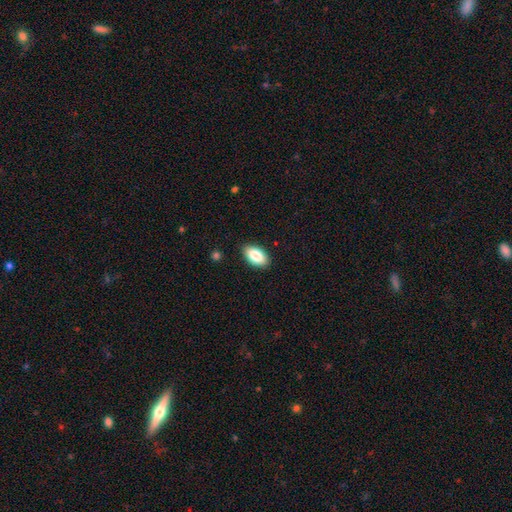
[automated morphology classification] smooth 87%, star or artifact 7%, featured or disk 6%. Down the decision tree: how rounded — in between (94%); merging — none (89%).